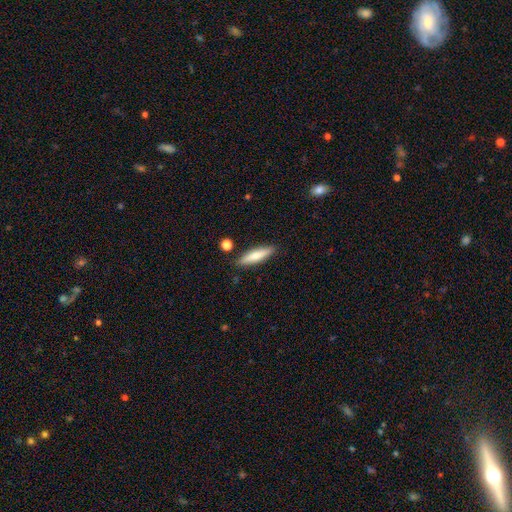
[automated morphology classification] Smooth or featured? smooth (73%)
How rounded? cigar-shaped (76%)
Merging? none (86%)